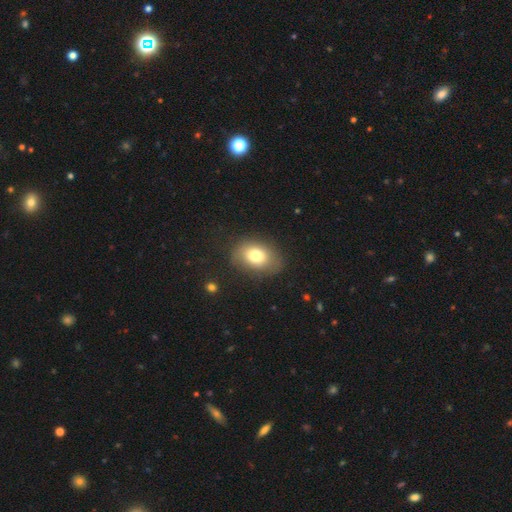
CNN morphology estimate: Smooth or featured? Predicted: smooth (p=0.76). How rounded? Predicted: in between (p=0.73). Merging? Predicted: none (p=0.75).